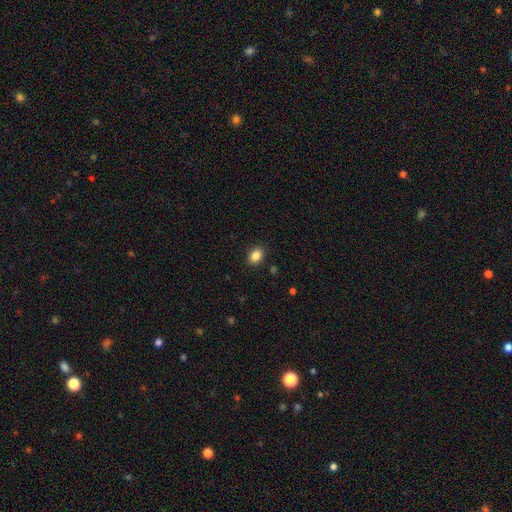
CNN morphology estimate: A smooth galaxy with no disk features (86%) that is in between round and cigar-shaped (65%). Merging: none (88%).